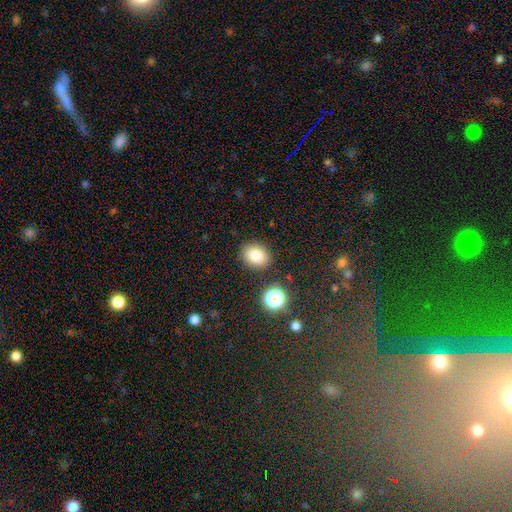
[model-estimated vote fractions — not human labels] smooth-or-featured: smooth: 81% | star or artifact: 13% | featured or disk: 7%
  how-rounded: round: 56% | in between: 43% | cigar-shaped: 1%
  merging: none: 85% | minor disturbance: 9% | merger: 3% | major disturbance: 3%